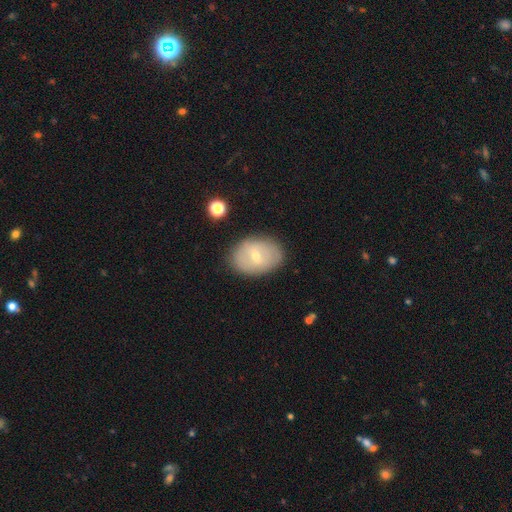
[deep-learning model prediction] A smooth galaxy with no disk features (50%).

Vote fractions:
- Smooth or featured? smooth: 50% / featured or disk: 42% / star or artifact: 8%
- Merging? none: 83% / minor disturbance: 12% / major disturbance: 4% / merger: 2%